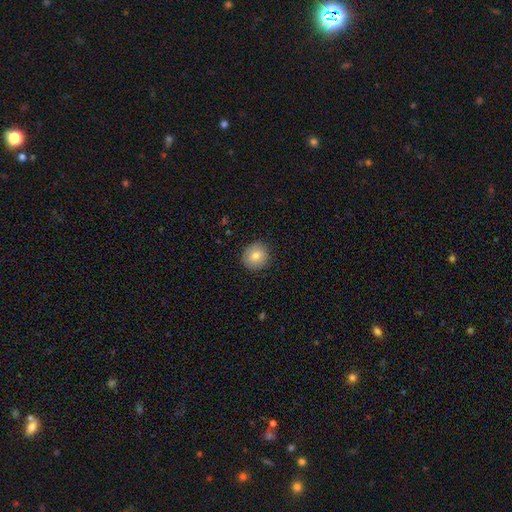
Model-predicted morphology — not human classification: This appears to be a smooth galaxy with no disk features (79%) that is round (89%). Merging: none (89%).